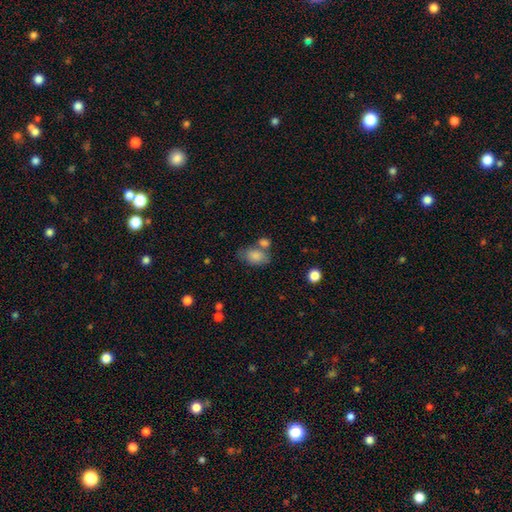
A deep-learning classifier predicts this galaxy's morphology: This appears to be a smooth galaxy with no disk features (83%) that is in between round and cigar-shaped (84%). Merging: none (45%).